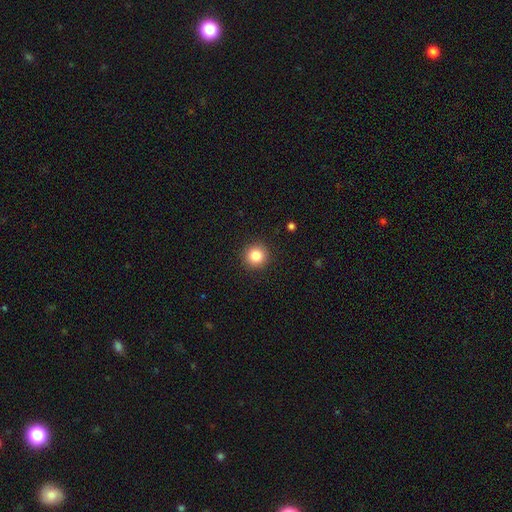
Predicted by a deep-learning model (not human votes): smooth_or_featured: smooth (p=0.84) [alt: star or artifact p=0.10]
how_rounded: round (p=0.95) [alt: in between p=0.04]
merging: none (p=0.92) [alt: minor disturbance p=0.05]